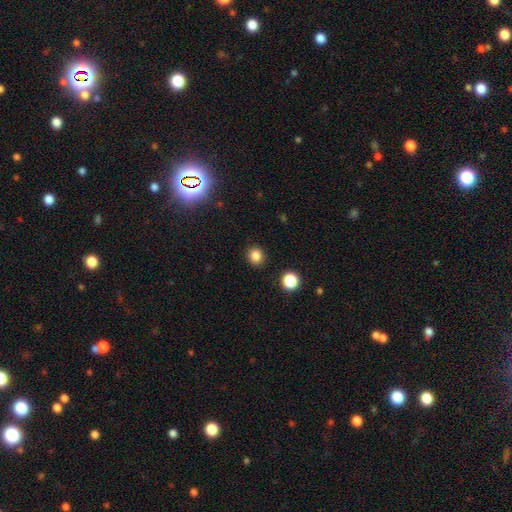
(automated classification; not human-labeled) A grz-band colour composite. It shows a smooth galaxy with no disk features (83%) that is round (81%). Merging: none (90%).